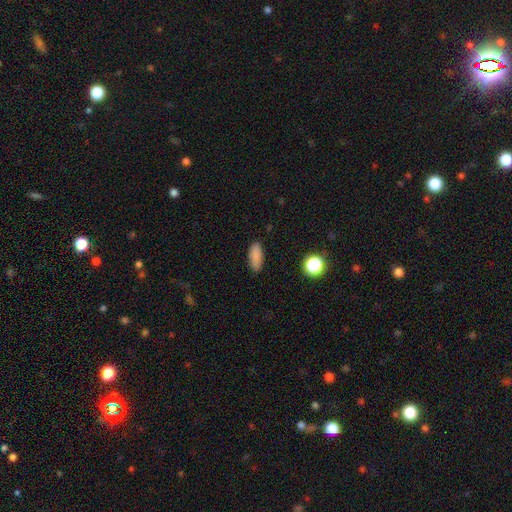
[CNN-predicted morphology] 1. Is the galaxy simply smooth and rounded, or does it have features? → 86% smooth, 9% star or artifact, 5% featured or disk.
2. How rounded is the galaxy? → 81% in between, 16% cigar-shaped, 3% round.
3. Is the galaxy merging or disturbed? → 88% none, 9% minor disturbance, 2% major disturbance, 1% merger.